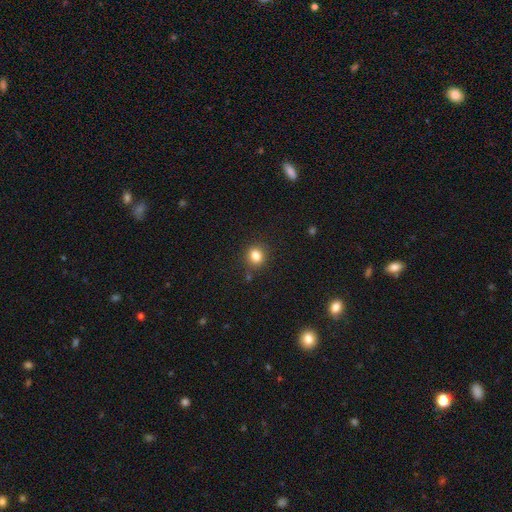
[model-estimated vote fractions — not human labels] Smooth or featured? smooth (83%)
How rounded? round (75%)
Merging? none (84%)